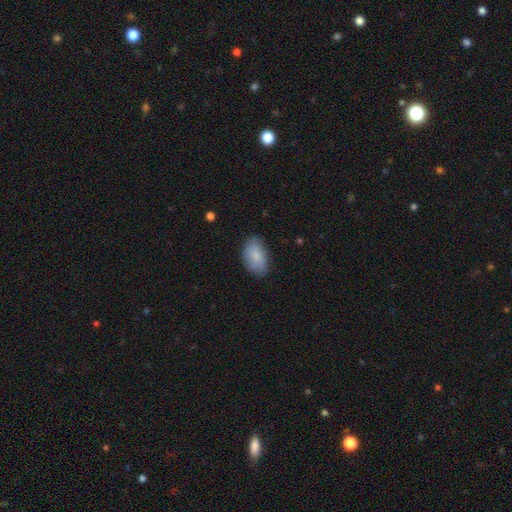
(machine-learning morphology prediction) The model was most divided on "merging": none: 81%, minor disturbance: 15%, major disturbance: 3%, merger: 1%. More confident: how rounded — in between (93%); smooth or featured — smooth (85%).